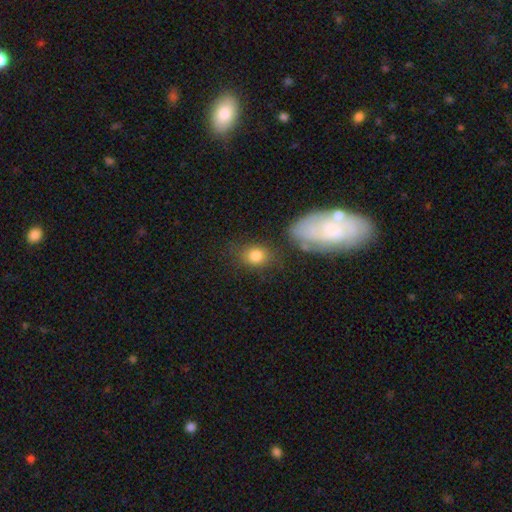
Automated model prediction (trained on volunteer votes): Smooth or featured?
  - smooth: 82% *
  - featured or disk: 9%
  - star or artifact: 9%
How rounded?
  - in between: 55% *
  - round: 44%
  - cigar-shaped: 2%
Merging?
  - none: 70% *
  - minor disturbance: 16%
  - merger: 8%
  - major disturbance: 6%